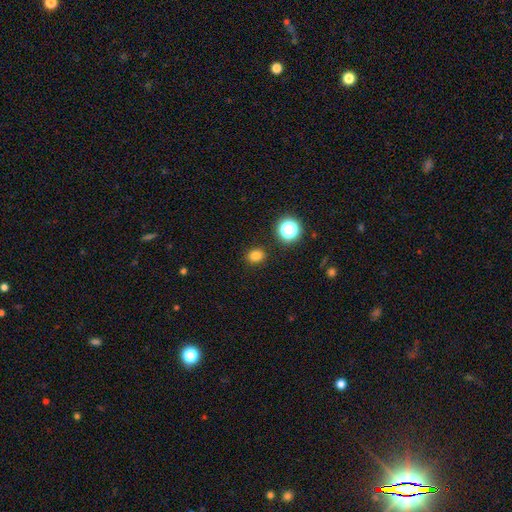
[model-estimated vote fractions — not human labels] Overall: smooth (79%). How rounded: round (59%; in between 40%). Merging: none (89%).